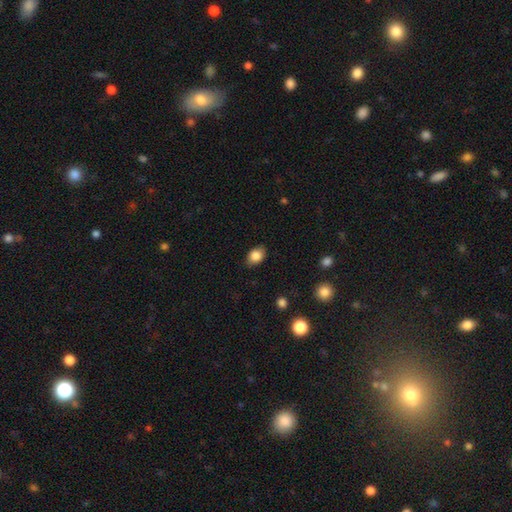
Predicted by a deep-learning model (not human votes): A smooth galaxy with no disk features (85%) that is in between round and cigar-shaped (80%).

Vote fractions:
- Smooth or featured? smooth: 85% / star or artifact: 8% / featured or disk: 7%
- How rounded? in between: 80% / round: 19% / cigar-shaped: 1%
- Merging? none: 83% / minor disturbance: 13% / major disturbance: 3% / merger: 1%